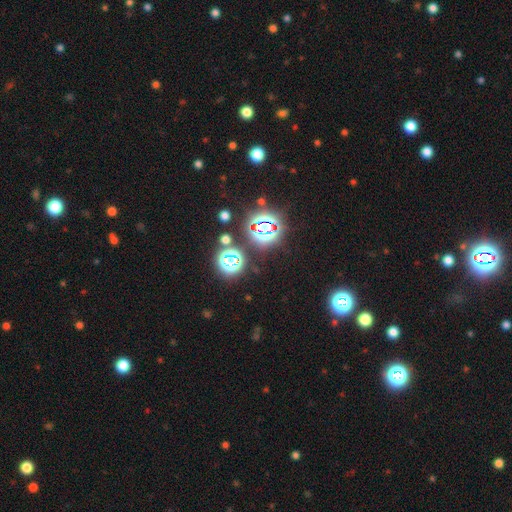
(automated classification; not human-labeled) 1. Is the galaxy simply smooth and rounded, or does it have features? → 79% star or artifact, 15% smooth, 7% featured or disk.